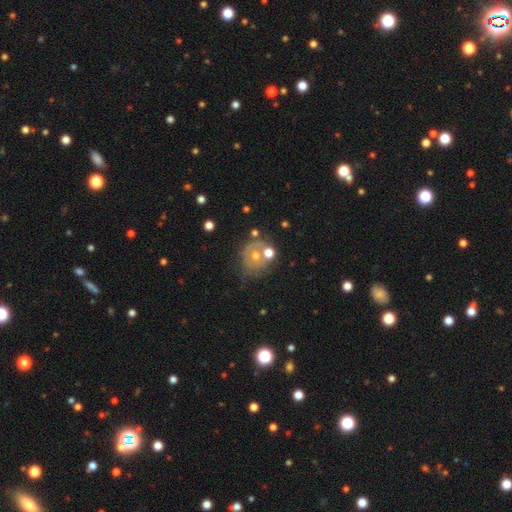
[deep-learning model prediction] A featured or disk galaxy (51%).

Vote fractions:
- Smooth or featured? featured or disk: 51% / smooth: 33% / star or artifact: 16%
- Edge-on disk? no: 96% / yes: 4%
- Merging? none: 55% / minor disturbance: 20% / merger: 13% / major disturbance: 12%